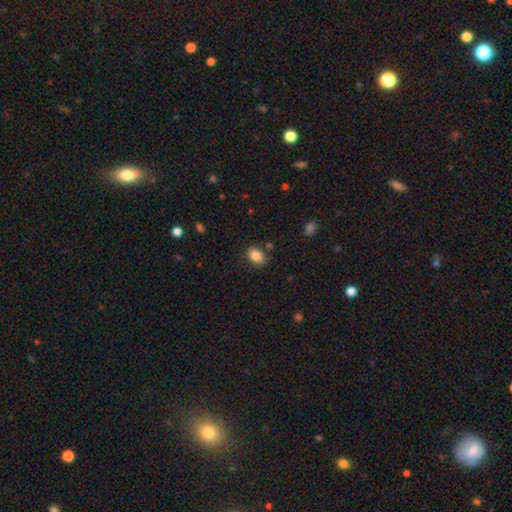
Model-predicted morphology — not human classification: Overall: smooth (86%). How rounded: in between (71%). Merging: none (81%).